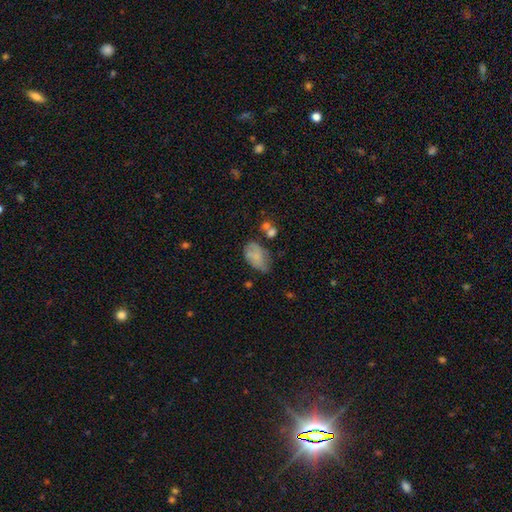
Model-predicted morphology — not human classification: Q: Smooth or featured?
A: smooth (68%); runner-up: featured or disk (23%)
Q: How rounded?
A: in between (89%); runner-up: round (9%)
Q: Merging?
A: none (40%); runner-up: minor disturbance (35%)